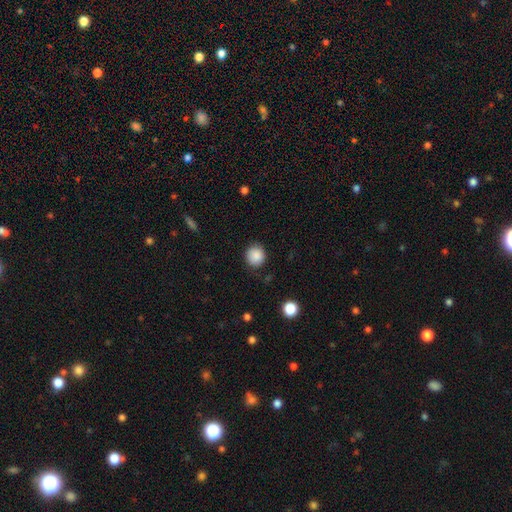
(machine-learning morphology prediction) Smooth or featured?
  - smooth: 88% *
  - star or artifact: 9%
  - featured or disk: 3%
How rounded?
  - round: 90% *
  - in between: 9%
  - cigar-shaped: 1%
Merging?
  - none: 86% *
  - minor disturbance: 10%
  - major disturbance: 3%
  - merger: 1%